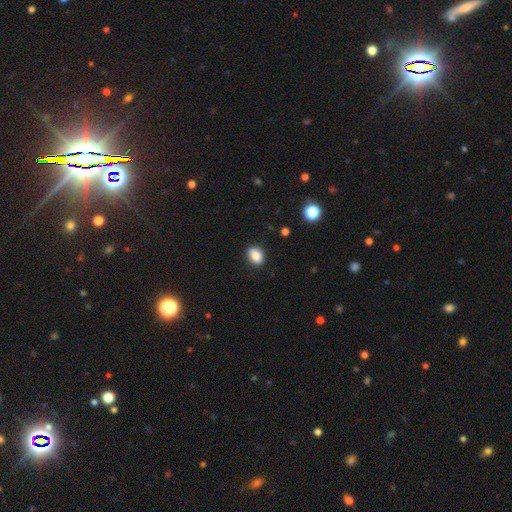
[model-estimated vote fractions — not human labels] Overall: smooth (85%). How rounded: in between (78%). Merging: none (86%).